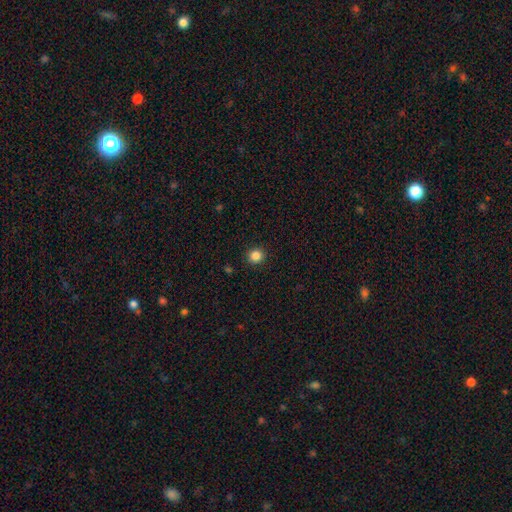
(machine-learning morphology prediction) Smooth or featured? Predicted: smooth (p=0.85). How rounded? Predicted: round (p=0.92). Merging? Predicted: none (p=0.93).